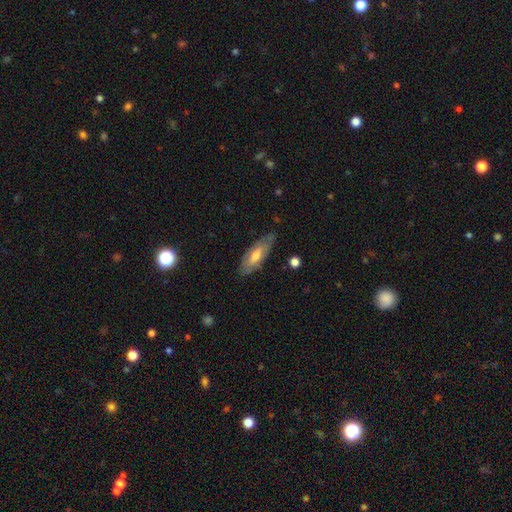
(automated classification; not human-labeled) Overall: smooth (51%; featured or disk 44%). How rounded: in between (67%; cigar-shaped 30%). Merging: none (76%).